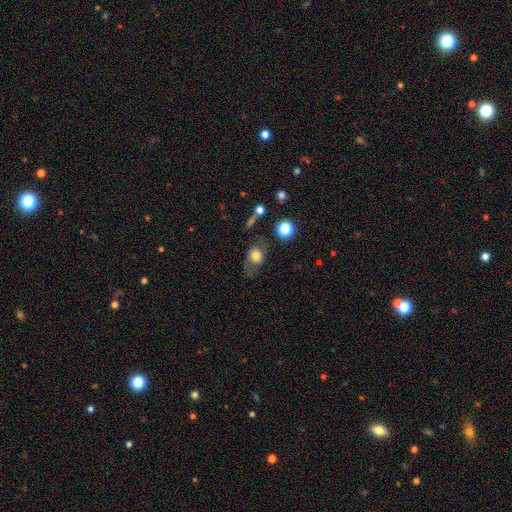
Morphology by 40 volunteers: Q: Smooth or featured?
A: smooth (70%); runner-up: featured or disk (25%)
Q: How rounded?
A: in between (64%); runner-up: round (25%)
Q: Merging?
A: none (55%); runner-up: minor disturbance (21%)